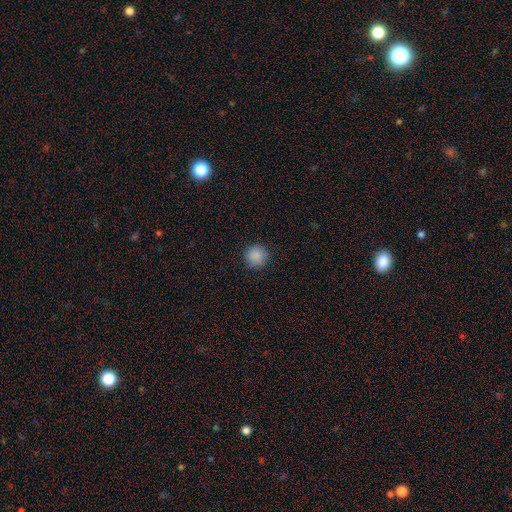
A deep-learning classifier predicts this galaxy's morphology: This appears to be a smooth galaxy with no disk features (88%) that is round (94%). Merging: none (90%).